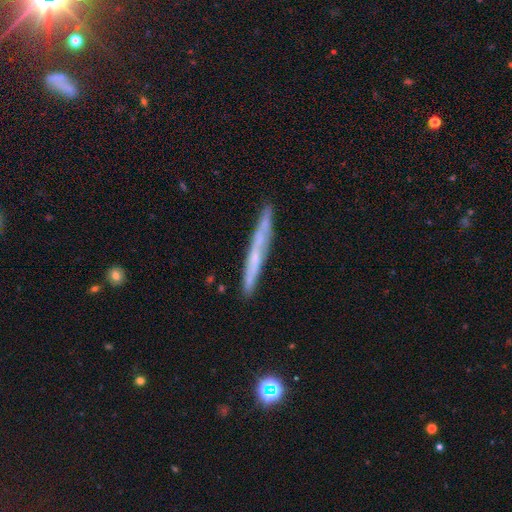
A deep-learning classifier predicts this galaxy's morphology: Q: Smooth or featured?
A: featured or disk (55%); runner-up: smooth (37%)
Q: Edge-on disk?
A: yes (90%); runner-up: no (10%)
Q: Merging?
A: none (84%); runner-up: minor disturbance (12%)